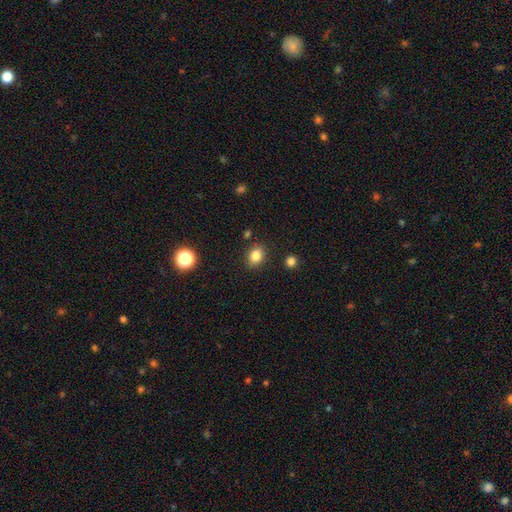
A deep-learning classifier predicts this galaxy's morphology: smooth 83%, star or artifact 11%, featured or disk 5%. Down the decision tree: how rounded — round (52%); merging — none (86%).